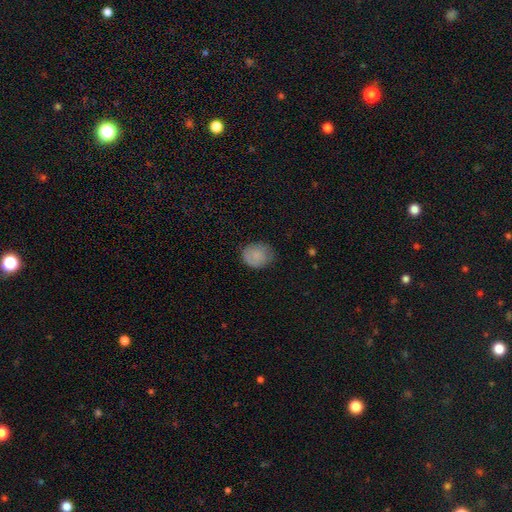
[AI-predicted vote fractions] smooth 81%, featured or disk 11%, star or artifact 8%. Down the decision tree: how rounded — round (59%); merging — none (70%).